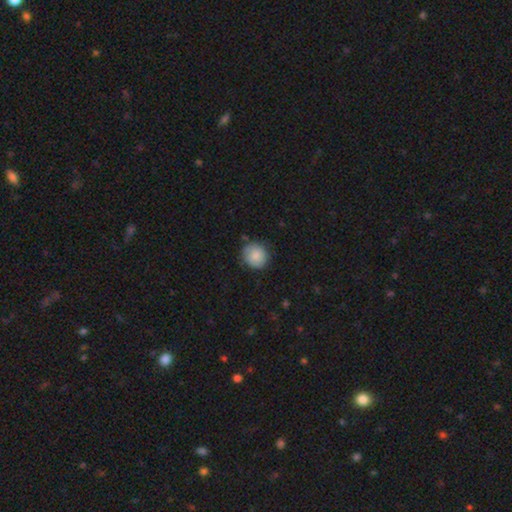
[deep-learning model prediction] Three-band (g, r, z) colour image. It shows a smooth galaxy with no disk features (84%) that is round (88%). Merging: none (79%).